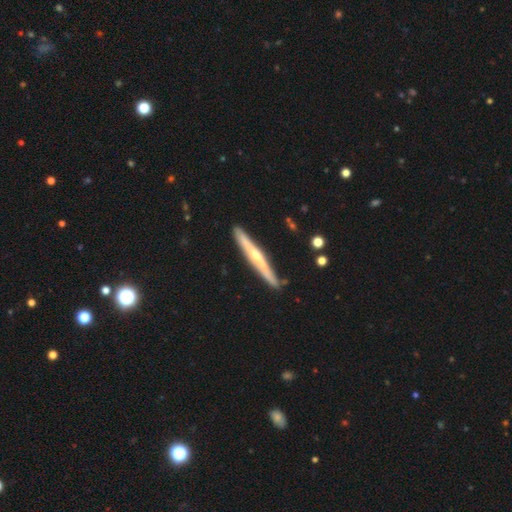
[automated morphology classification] Smooth or featured: featured or disk — 69% (smooth — 25%)
Edge-on disk: yes — 95% (no — 5%)
Edge-on bulge: rounded — 73% (none — 22%)
Merging: none — 83% (minor disturbance — 12%)